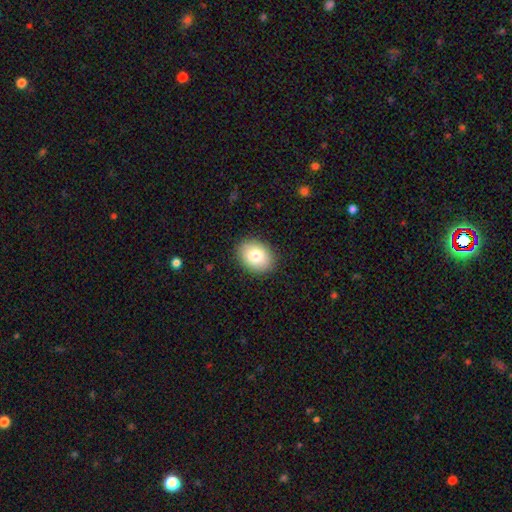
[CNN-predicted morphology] Smooth or featured? Predicted: smooth (p=0.80). How rounded? Predicted: in between (p=0.66). Merging? Predicted: none (p=0.89).